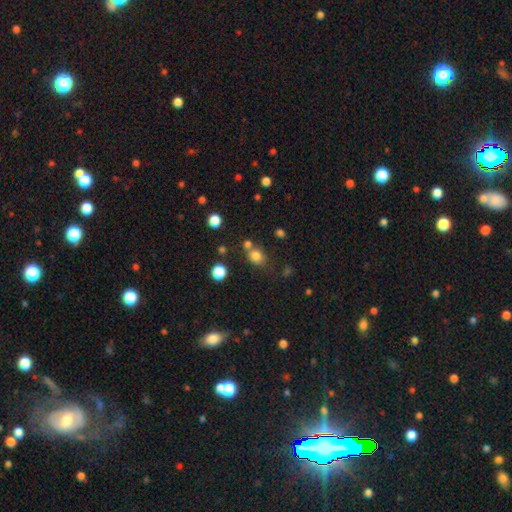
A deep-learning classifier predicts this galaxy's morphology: type=smooth (79%); roundness=round (59%); merging=none (62%).